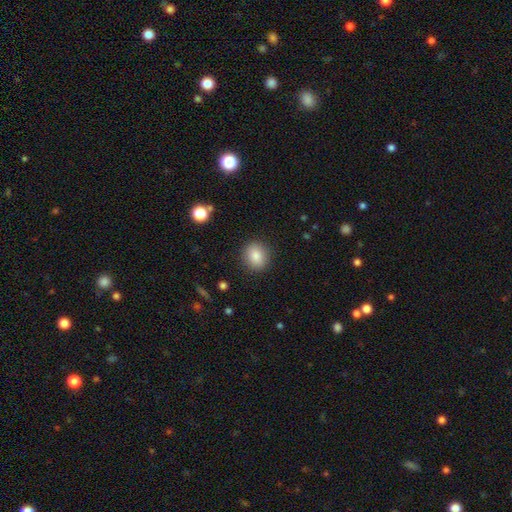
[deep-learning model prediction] Morphology: type=smooth (85%); roundness=round (76%); merging=none (89%).